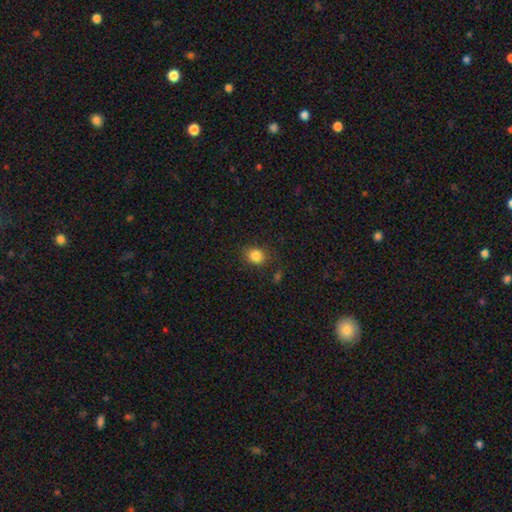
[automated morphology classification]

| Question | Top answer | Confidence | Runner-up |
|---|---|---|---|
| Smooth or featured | smooth | 84% | star or artifact (11%) |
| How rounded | round | 66% | in between (33%) |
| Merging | none | 82% | minor disturbance (12%) |